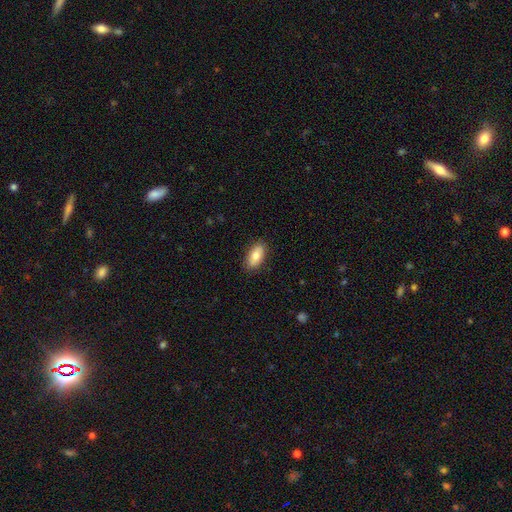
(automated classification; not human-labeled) This is likely a smooth galaxy (80%). How rounded: clearly in between (90%). Merging: clearly none (87%).